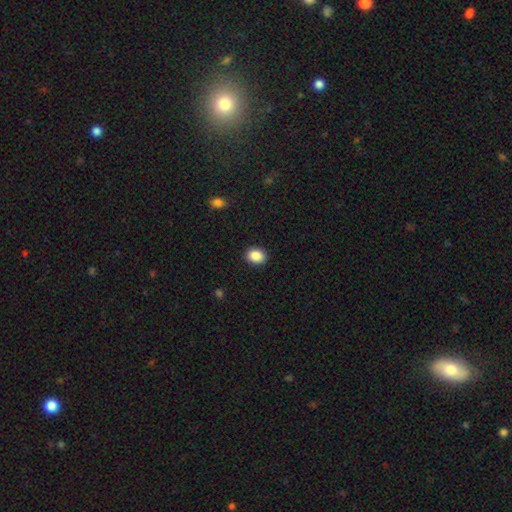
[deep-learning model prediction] Smooth or featured?
  - smooth: 88% *
  - star or artifact: 8%
  - featured or disk: 3%
How rounded?
  - in between: 56% *
  - round: 43%
  - cigar-shaped: 1%
Merging?
  - none: 90% *
  - minor disturbance: 7%
  - major disturbance: 2%
  - merger: 1%